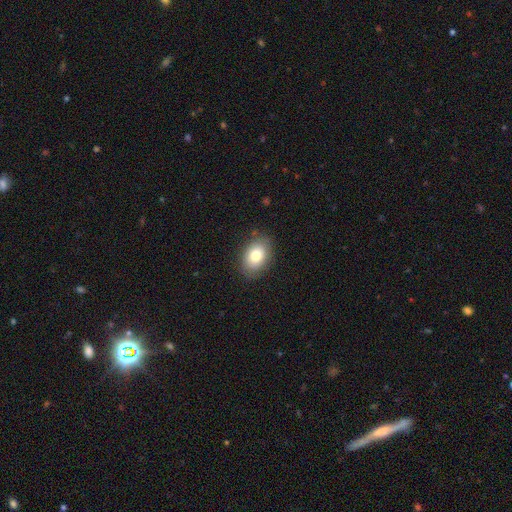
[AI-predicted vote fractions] Smooth or featured?
  - smooth: 78% *
  - featured or disk: 14%
  - star or artifact: 8%
How rounded?
  - in between: 81% *
  - round: 18%
  - cigar-shaped: 1%
Merging?
  - none: 84% *
  - minor disturbance: 12%
  - major disturbance: 3%
  - merger: 1%